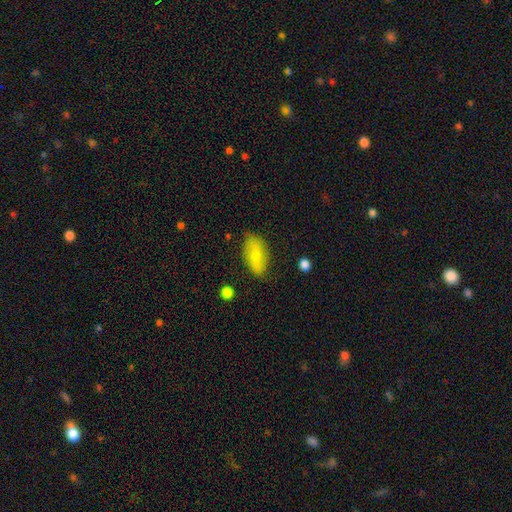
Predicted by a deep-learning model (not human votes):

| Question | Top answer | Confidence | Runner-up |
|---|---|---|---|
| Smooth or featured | smooth | 63% | featured or disk (31%) |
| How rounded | in between | 90% | round (5%) |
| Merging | none | 77% | minor disturbance (18%) |